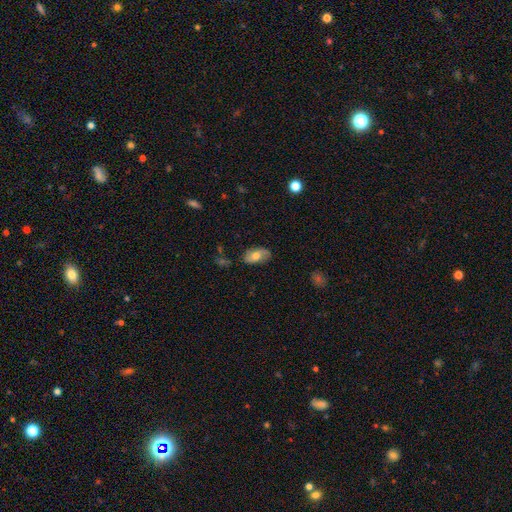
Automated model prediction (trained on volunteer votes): Morphology: type=smooth (62%); roundness=in between (92%); merging=none (74%).